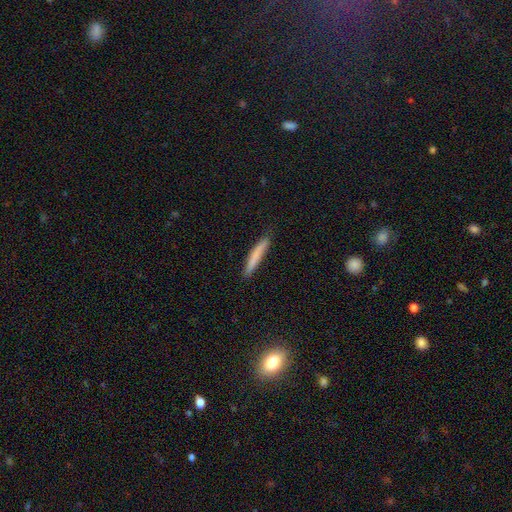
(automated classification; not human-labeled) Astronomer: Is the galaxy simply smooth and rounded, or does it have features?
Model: smooth — 75%.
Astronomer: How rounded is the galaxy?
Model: cigar-shaped — 95%.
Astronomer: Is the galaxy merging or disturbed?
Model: none — 86%.